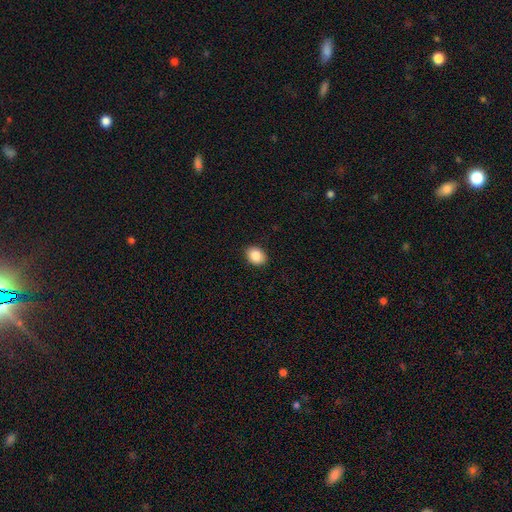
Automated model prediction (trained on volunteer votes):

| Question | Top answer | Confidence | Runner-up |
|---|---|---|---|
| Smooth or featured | smooth | 86% | star or artifact (8%) |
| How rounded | in between | 62% | round (38%) |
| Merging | none | 90% | minor disturbance (7%) |